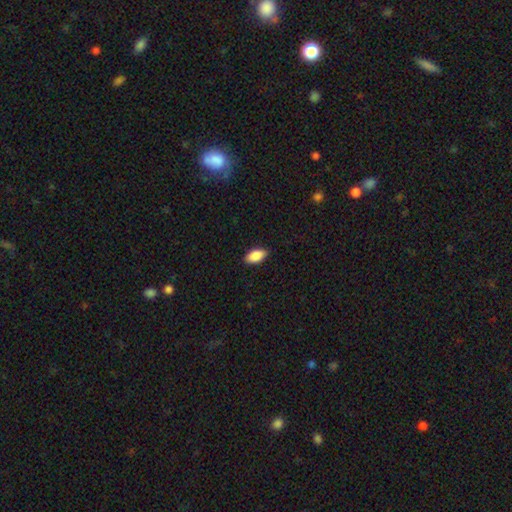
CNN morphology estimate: Smooth or featured? smooth (89%)
How rounded? in between (93%)
Merging? none (88%)